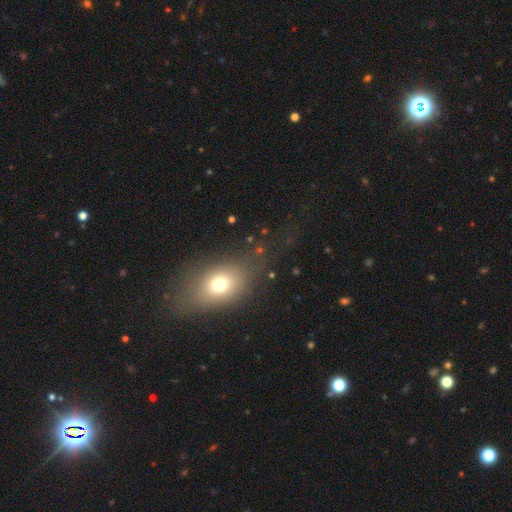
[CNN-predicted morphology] type=smooth (60%); roundness=in between (73%); merging=none (66%).